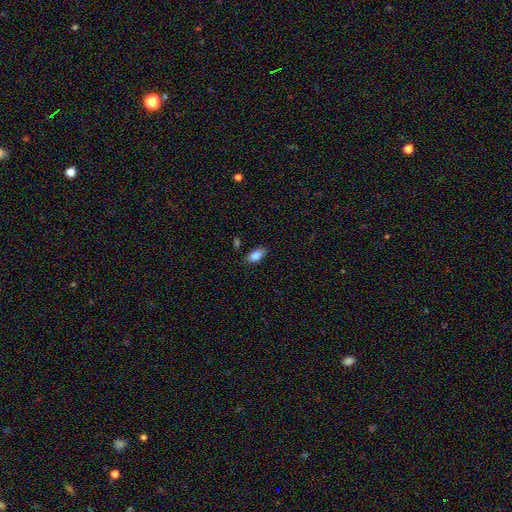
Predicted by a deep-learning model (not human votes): smooth 85%, star or artifact 8%, featured or disk 7%. Down the decision tree: how rounded — in between (90%); merging — none (80%).